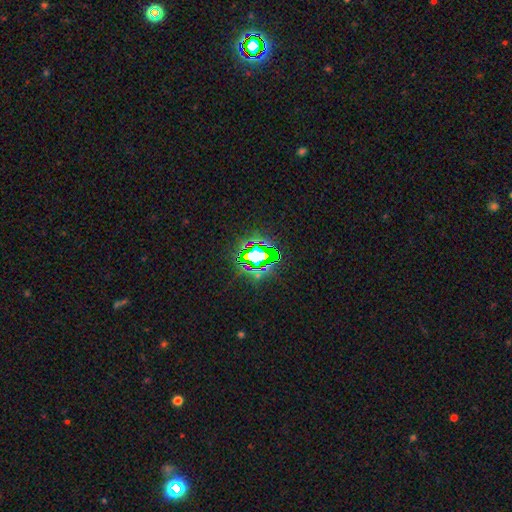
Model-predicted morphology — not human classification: smooth-or-featured: star or artifact: 73% | smooth: 15% | featured or disk: 13%